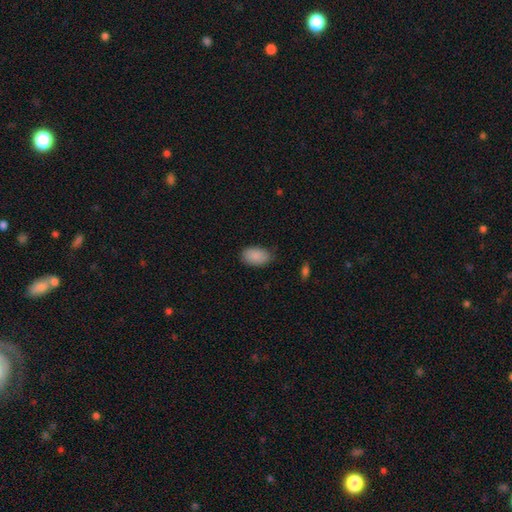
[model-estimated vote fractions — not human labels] A smooth galaxy with no disk features (89%) that is in between round and cigar-shaped (92%).

Vote fractions:
- Smooth or featured? smooth: 89% / star or artifact: 7% / featured or disk: 4%
- How rounded? in between: 92% / round: 7% / cigar-shaped: 1%
- Merging? none: 78% / minor disturbance: 17% / major disturbance: 3% / merger: 1%